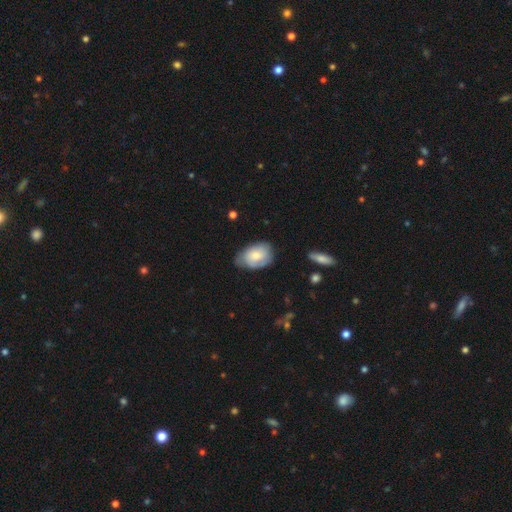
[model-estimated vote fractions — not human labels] Smooth or featured?
  - smooth: 64% *
  - featured or disk: 30%
  - star or artifact: 6%
How rounded?
  - in between: 84% *
  - round: 15%
  - cigar-shaped: 1%
Merging?
  - none: 58% *
  - minor disturbance: 32%
  - major disturbance: 8%
  - merger: 2%